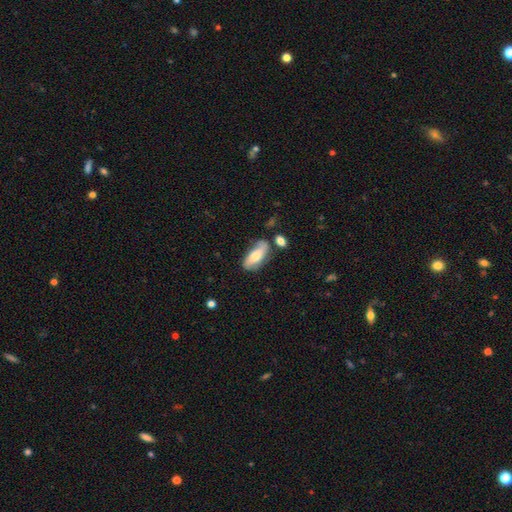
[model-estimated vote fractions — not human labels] smooth 61%, featured or disk 32%, star or artifact 7%. Down the decision tree: how rounded — in between (81%); merging — none (60%).